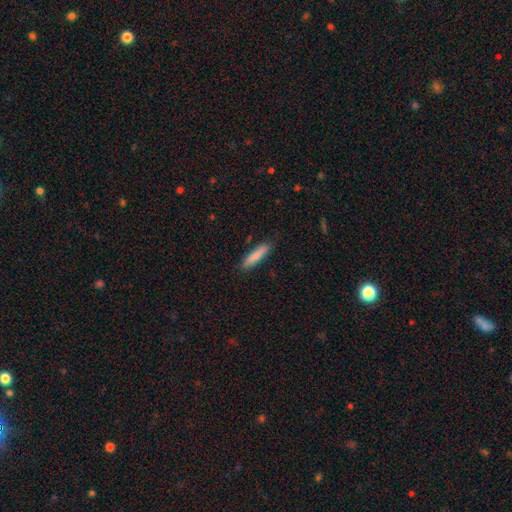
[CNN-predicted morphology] The model was most divided on "how rounded": cigar-shaped: 82%, in between: 17%, round: 1%. More confident: merging — none (87%); smooth or featured — smooth (84%).